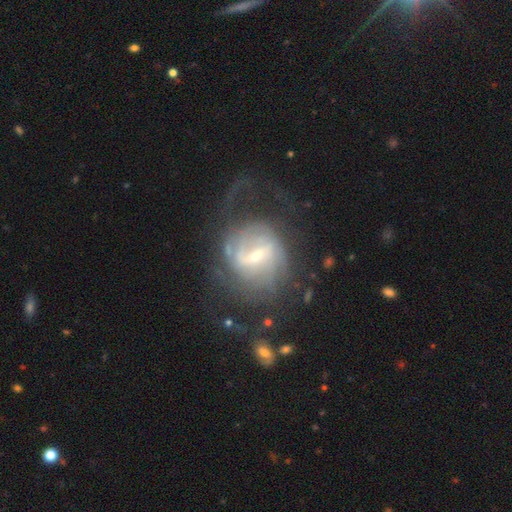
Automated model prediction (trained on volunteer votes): featured or disk 79%, smooth 14%, star or artifact 7%. Down the decision tree: edge-on disk — no (96%); bar — weak (49%); spiral arms — yes (84%); spiral arm count — can't tell (39%); spiral winding — tight (37%); bulge size — small (63%); merging — none (48%).